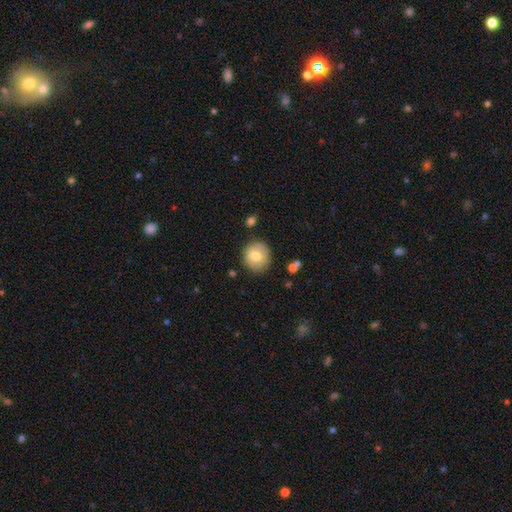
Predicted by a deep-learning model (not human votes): A smooth galaxy with no disk features (72%) that is round (86%). Merging: none (83%).